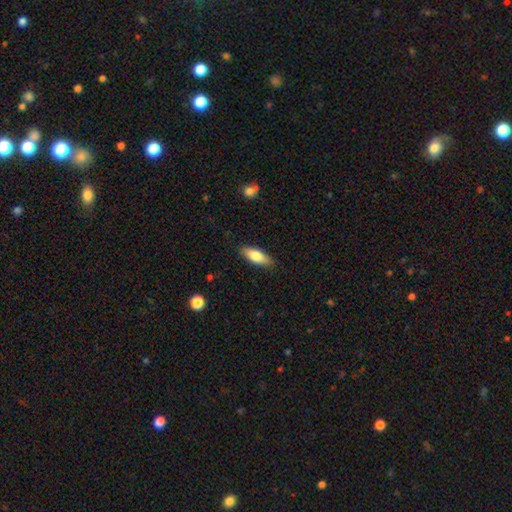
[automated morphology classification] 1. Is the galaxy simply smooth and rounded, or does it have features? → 78% smooth, 16% featured or disk, 6% star or artifact.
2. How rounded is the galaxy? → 68% in between, 30% cigar-shaped, 2% round.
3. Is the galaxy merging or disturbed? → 86% none, 11% minor disturbance, 2% major disturbance, 1% merger.